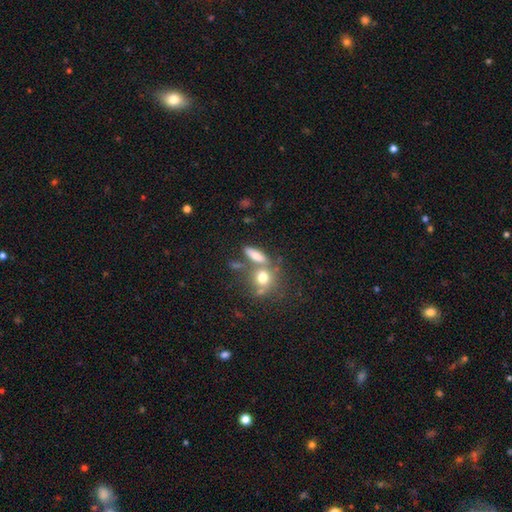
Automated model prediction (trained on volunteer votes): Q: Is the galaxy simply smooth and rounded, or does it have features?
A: smooth — 73%.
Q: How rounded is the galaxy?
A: in between — 48%.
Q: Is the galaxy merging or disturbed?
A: none — 56%.